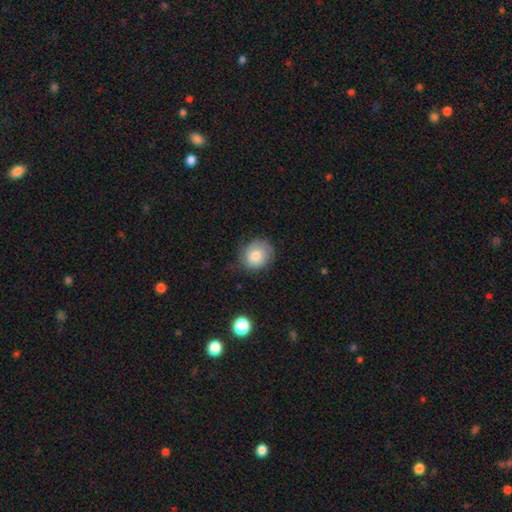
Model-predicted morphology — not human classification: The model was most divided on "merging": none: 68%, minor disturbance: 24%, major disturbance: 7%, merger: 1%. More confident: how rounded — round (76%); smooth or featured — smooth (76%).